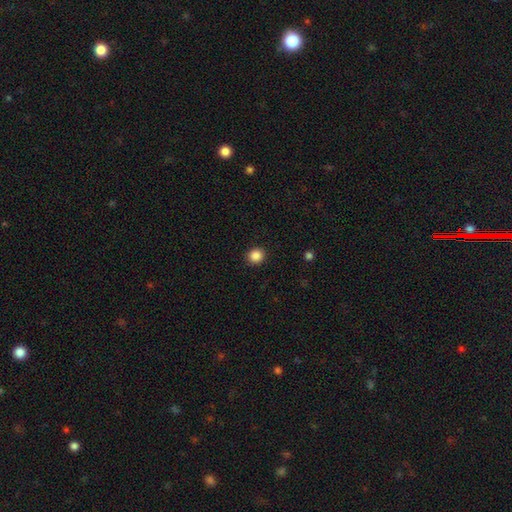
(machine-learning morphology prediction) Smooth or featured: smooth — 87% (star or artifact — 10%)
How rounded: round — 88% (in between — 11%)
Merging: none — 92% (minor disturbance — 5%)